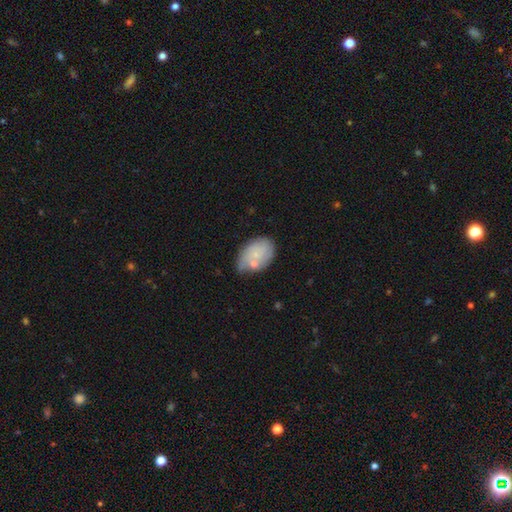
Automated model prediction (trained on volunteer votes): Smooth or featured? Predicted: smooth (p=0.56). How rounded? Predicted: in between (p=0.87). Merging? Predicted: none (p=0.55).